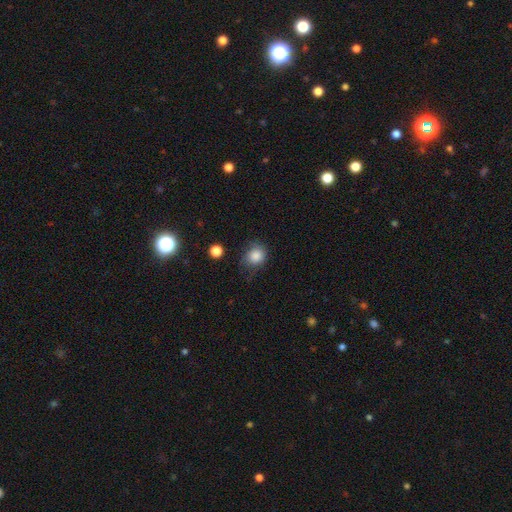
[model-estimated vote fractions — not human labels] Morphology: type=smooth (84%); roundness=round (72%); merging=none (63%).